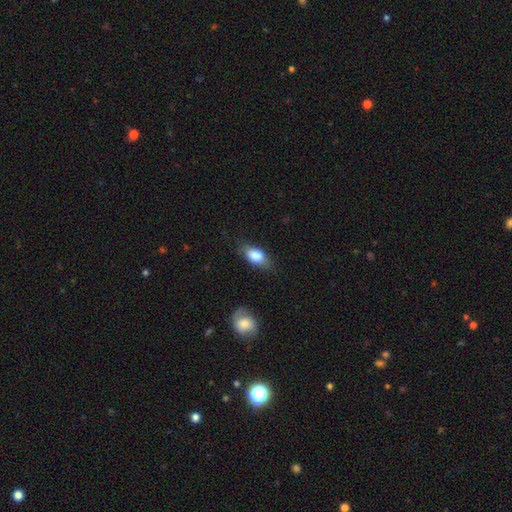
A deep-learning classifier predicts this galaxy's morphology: Smooth or featured? Predicted: smooth (p=0.80). How rounded? Predicted: in between (p=0.87). Merging? Predicted: none (p=0.70).